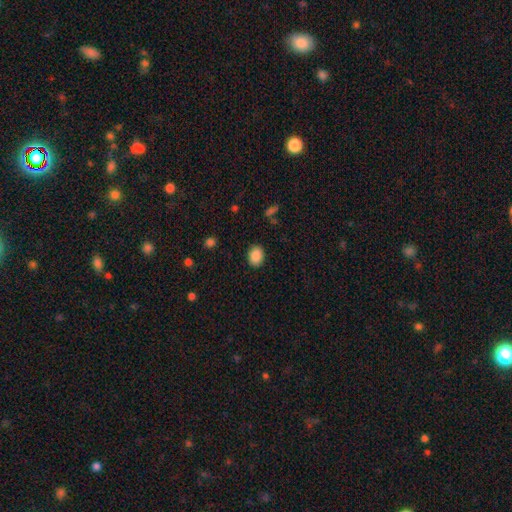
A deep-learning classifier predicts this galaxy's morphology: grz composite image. It shows a smooth galaxy with no disk features (89%) that is in between round and cigar-shaped (60%). Merging: none (88%).